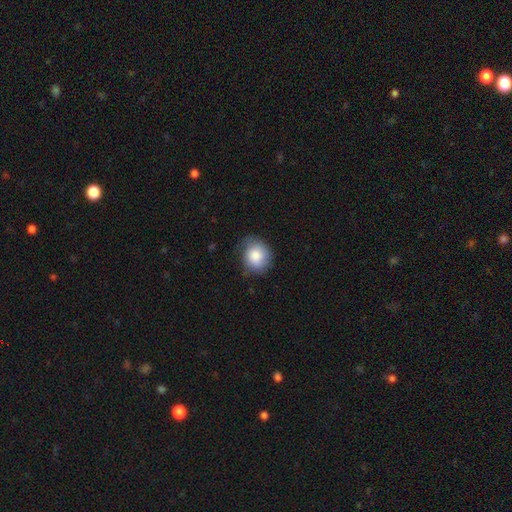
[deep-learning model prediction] The model was most divided on "how rounded": round: 68%, in between: 31%, cigar-shaped: 1%. More confident: smooth or featured — smooth (84%); merging — none (69%).